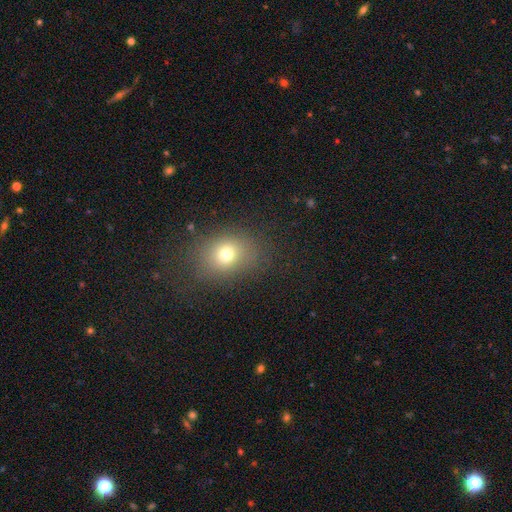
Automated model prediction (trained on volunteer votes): smooth-or-featured: smooth: 69% | star or artifact: 20% | featured or disk: 11%
  how-rounded: in between: 55% | round: 44% | cigar-shaped: 1%
  merging: none: 82% | minor disturbance: 12% | major disturbance: 5% | merger: 1%